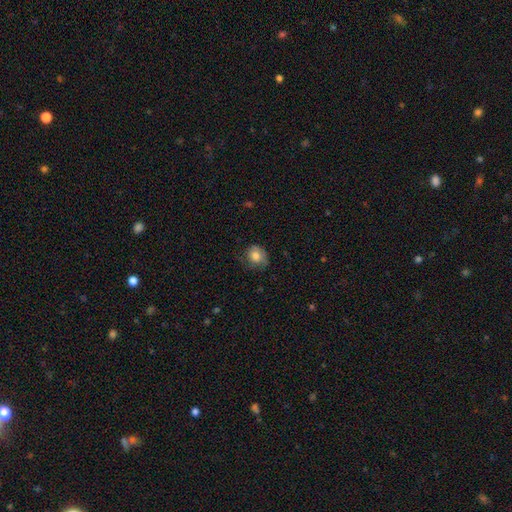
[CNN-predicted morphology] This appears to be a smooth galaxy with no disk features (75%) that is round (70%). Merging: none (60%).